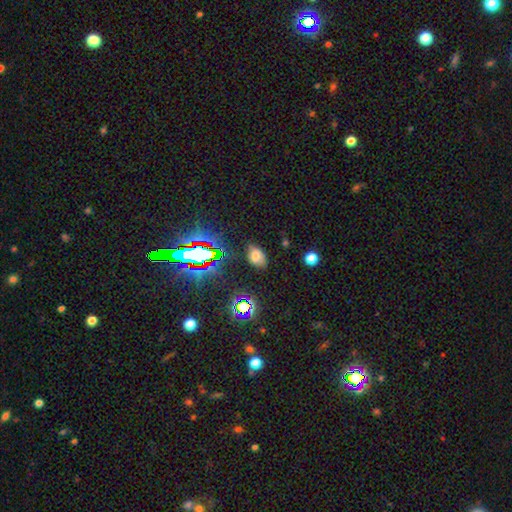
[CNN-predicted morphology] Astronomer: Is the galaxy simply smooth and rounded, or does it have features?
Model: smooth — 67%.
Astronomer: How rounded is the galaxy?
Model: in between — 86%.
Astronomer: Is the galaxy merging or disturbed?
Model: none — 76%.